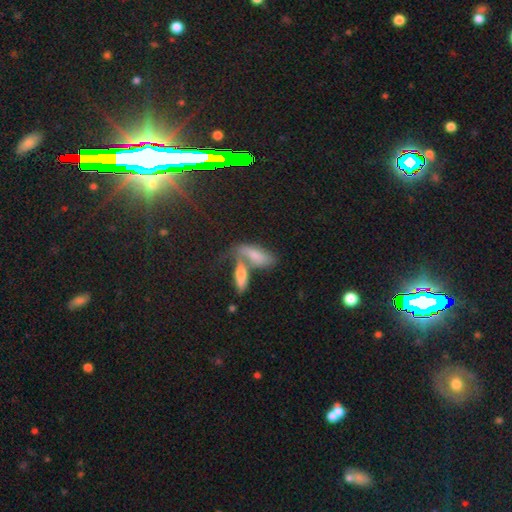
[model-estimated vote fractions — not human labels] A smooth galaxy with no disk features (68%) that is in between round and cigar-shaped (67%). Merging: merger (51%).